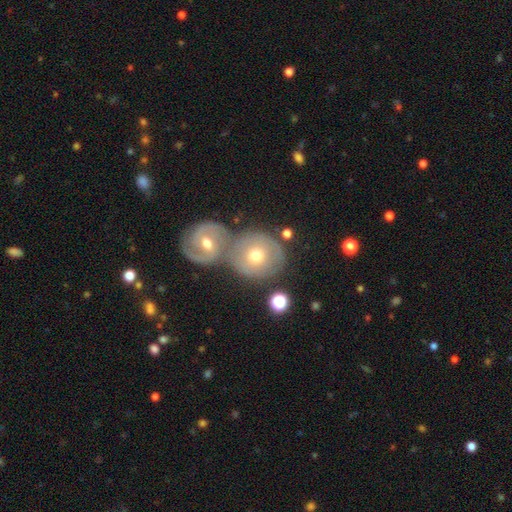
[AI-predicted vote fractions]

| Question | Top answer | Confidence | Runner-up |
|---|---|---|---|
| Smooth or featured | smooth | 47% | featured or disk (45%) |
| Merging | merger | 48% | none (39%) |